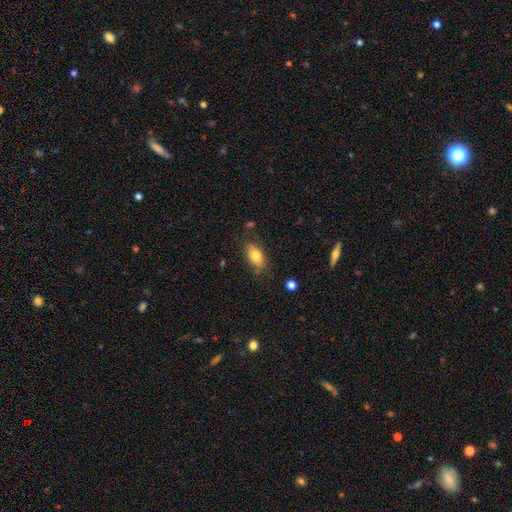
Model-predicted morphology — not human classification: Overall: smooth (78%). How rounded: in between (87%). Merging: none (78%).